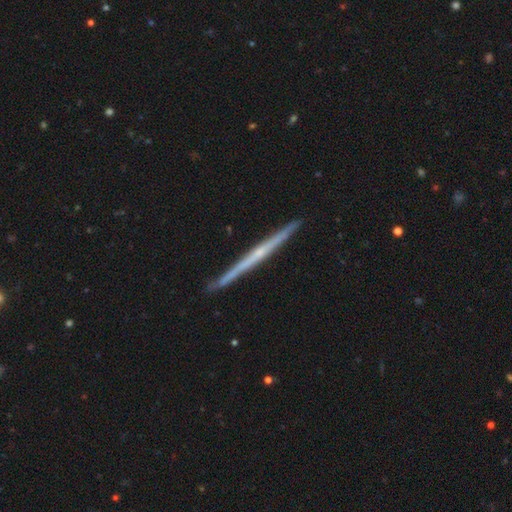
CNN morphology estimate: A featured or disk galaxy (76%) viewed edge-on (98%) with no central bulge (59%). Merging: none (91%).